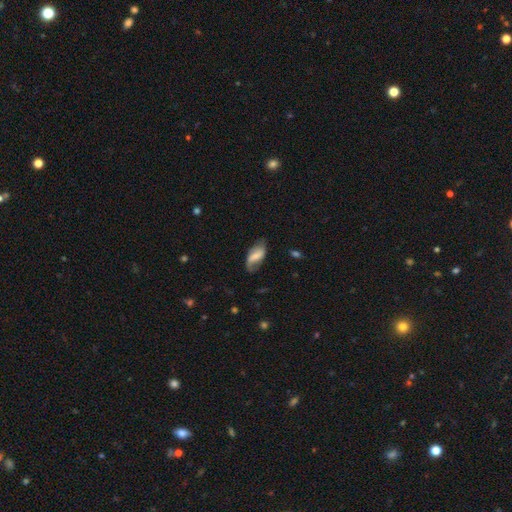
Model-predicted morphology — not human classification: A featured or disk galaxy (49%). Merging: none (61%).